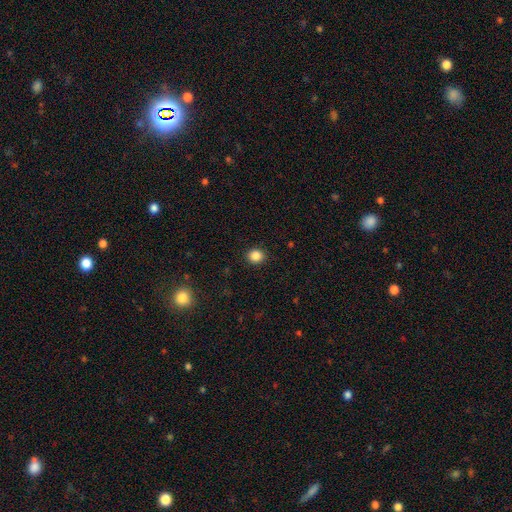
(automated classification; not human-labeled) The model was most divided on "how rounded": round: 85%, in between: 14%, cigar-shaped: 1%. More confident: merging — none (92%); smooth or featured — smooth (86%).